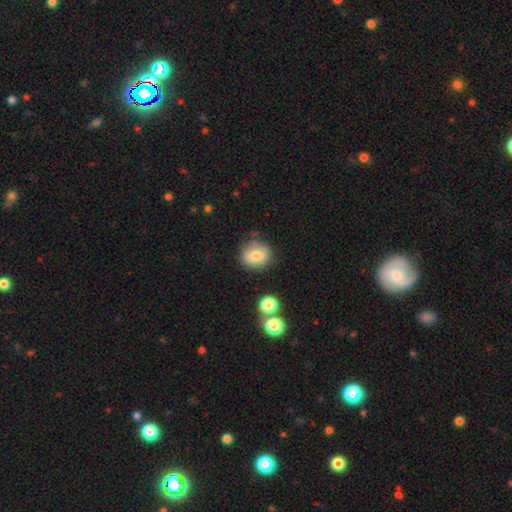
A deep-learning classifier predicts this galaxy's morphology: smooth-or-featured: smooth: 77% | featured or disk: 14% | star or artifact: 10%
  how-rounded: round: 69% | in between: 30% | cigar-shaped: 1%
  merging: none: 75% | minor disturbance: 16% | merger: 5% | major disturbance: 4%